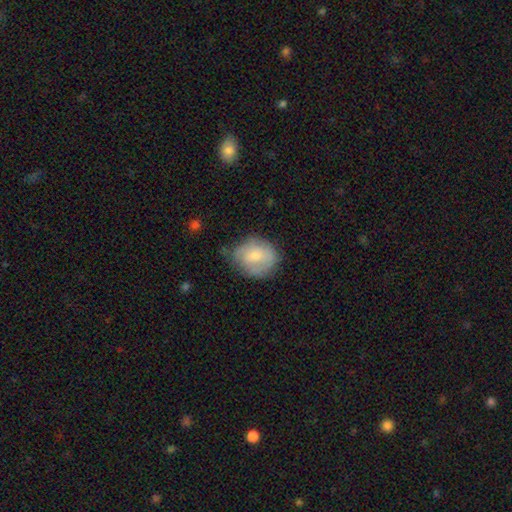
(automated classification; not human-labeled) A smooth galaxy with no disk features (65%) that is round (65%).

Vote fractions:
- Smooth or featured? smooth: 65% / featured or disk: 28% / star or artifact: 7%
- How rounded? round: 65% / in between: 34% / cigar-shaped: 1%
- Merging? none: 51% / minor disturbance: 36% / major disturbance: 11% / merger: 2%